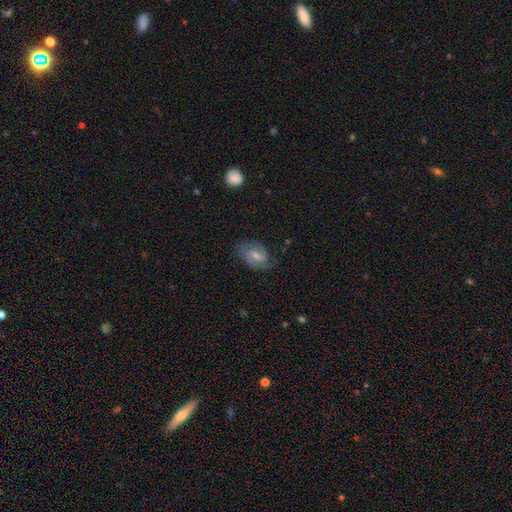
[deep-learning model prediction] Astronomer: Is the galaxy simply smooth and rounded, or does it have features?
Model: featured or disk — 57% (runner-up: smooth, 36%).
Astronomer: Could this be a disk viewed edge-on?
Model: no — 96%.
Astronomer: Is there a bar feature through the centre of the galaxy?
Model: weak — 54% (runner-up: no, 31%).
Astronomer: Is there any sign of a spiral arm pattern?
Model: yes — 85%.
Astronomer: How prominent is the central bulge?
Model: moderate — 45% (runner-up: small, 34%).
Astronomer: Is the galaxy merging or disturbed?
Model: none — 62%.